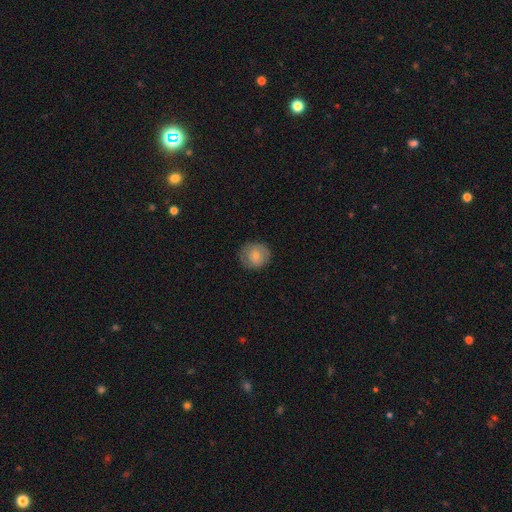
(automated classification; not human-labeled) A smooth galaxy with no disk features (67%) that is round (84%).

Vote fractions:
- Smooth or featured? smooth: 67% / featured or disk: 25% / star or artifact: 8%
- How rounded? round: 84% / in between: 15% / cigar-shaped: 1%
- Merging? none: 79% / minor disturbance: 16% / major disturbance: 5% / merger: 1%